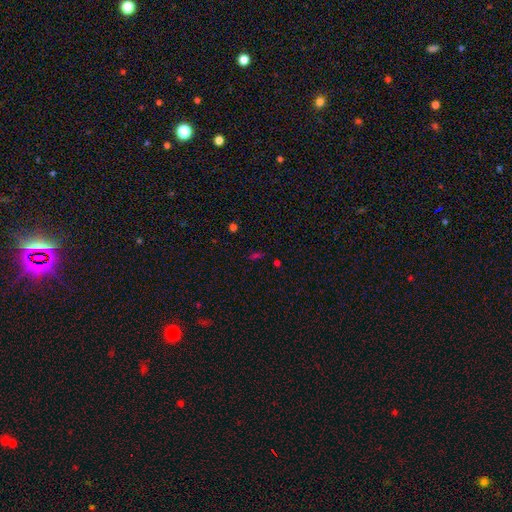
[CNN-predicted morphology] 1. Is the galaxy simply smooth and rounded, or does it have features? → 45% star or artifact, 43% smooth, 12% featured or disk.